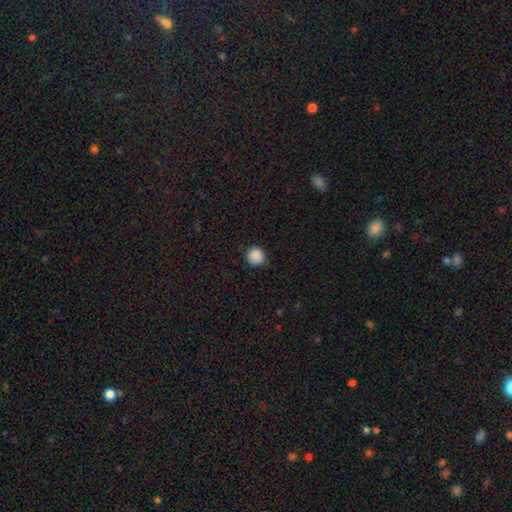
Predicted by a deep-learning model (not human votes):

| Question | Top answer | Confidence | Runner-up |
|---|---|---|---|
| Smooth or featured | smooth | 88% | star or artifact (9%) |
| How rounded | round | 93% | in between (6%) |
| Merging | none | 85% | minor disturbance (11%) |